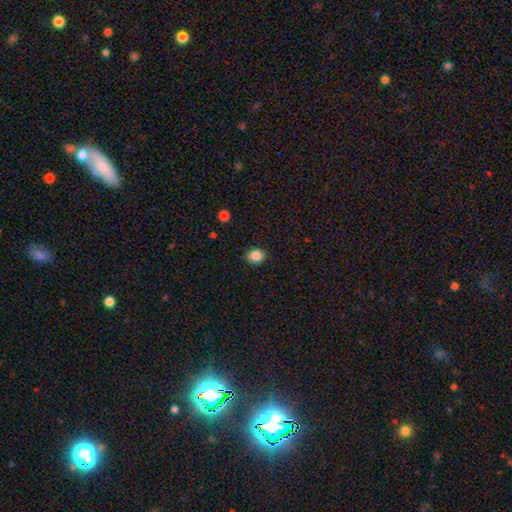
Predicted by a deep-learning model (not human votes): Smooth or featured: smooth — 86% (star or artifact — 10%)
How rounded: round — 66% (in between — 33%)
Merging: none — 89% (minor disturbance — 8%)